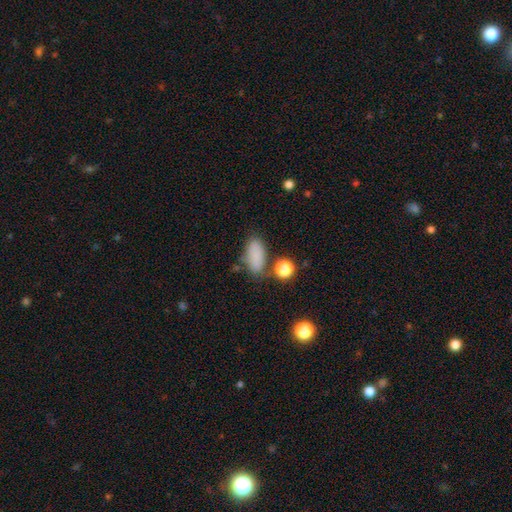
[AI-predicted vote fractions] This is clearly a smooth galaxy (83%). How rounded: clearly in between (87%). Merging: likely none (65%).